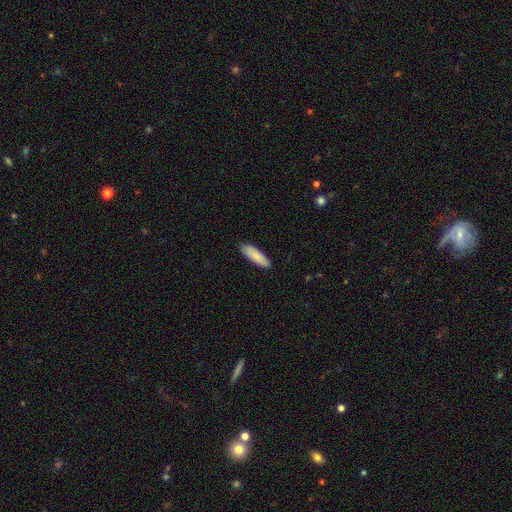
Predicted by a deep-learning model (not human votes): A smooth galaxy with no disk features (88%) that is cigar-shaped (61%).

Vote fractions:
- Smooth or featured? smooth: 88% / featured or disk: 7% / star or artifact: 5%
- How rounded? cigar-shaped: 61% / in between: 38% / round: 1%
- Merging? none: 89% / minor disturbance: 8% / major disturbance: 2% / merger: 1%